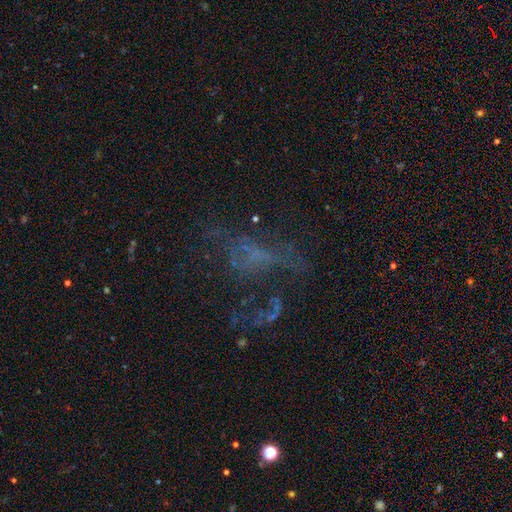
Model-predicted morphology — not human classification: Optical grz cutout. It shows a featured or disk galaxy (46%). Merging: major disturbance (41%).